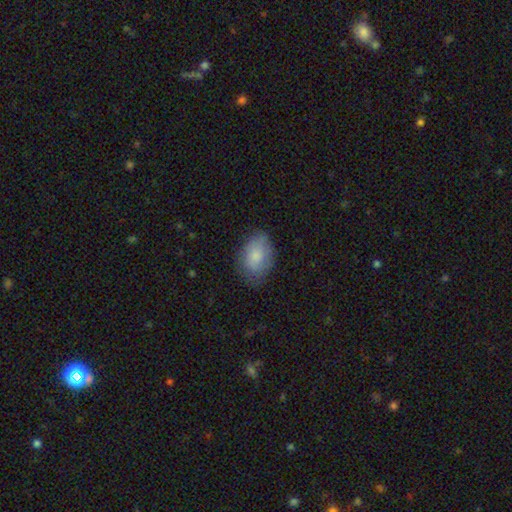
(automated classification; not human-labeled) Smooth or featured: smooth — 80% (featured or disk — 13%)
How rounded: in between — 85% (round — 14%)
Merging: none — 68% (minor disturbance — 24%)